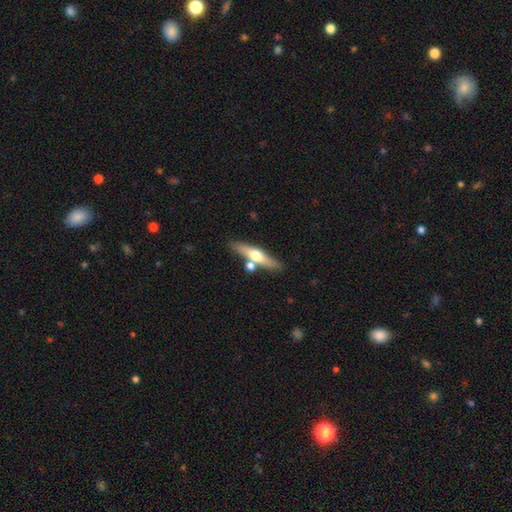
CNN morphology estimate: featured or disk 55%, smooth 39%, star or artifact 6%. Down the decision tree: edge-on disk — yes (92%); edge-on bulge — rounded (94%); merging — none (72%).